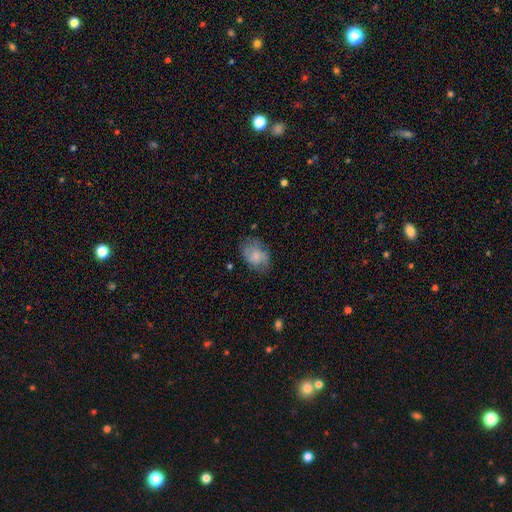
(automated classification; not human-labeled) Morphology: type=smooth (64%); roundness=in between (79%); merging=none (63%).